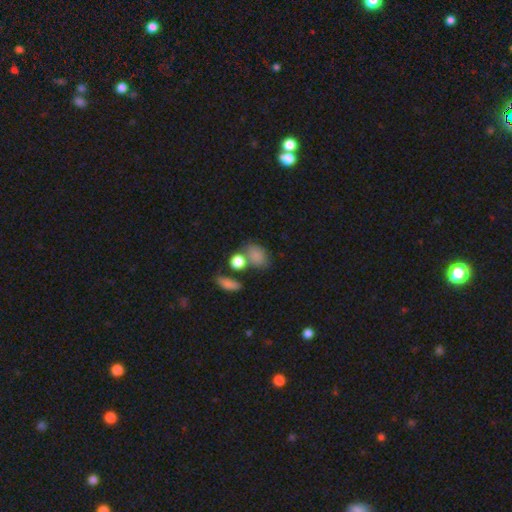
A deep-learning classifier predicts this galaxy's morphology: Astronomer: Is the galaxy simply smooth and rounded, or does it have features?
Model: smooth — 81%.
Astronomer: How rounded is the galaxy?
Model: in between — 71%.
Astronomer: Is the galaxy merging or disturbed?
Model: none — 52%.